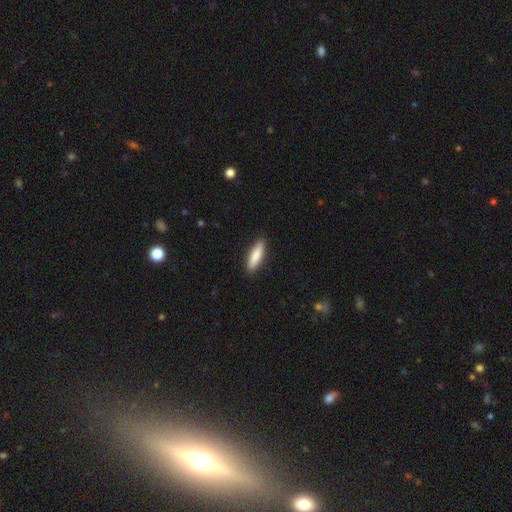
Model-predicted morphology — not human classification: Smooth or featured: smooth — 81% (featured or disk — 13%)
How rounded: cigar-shaped — 64% (in between — 34%)
Merging: none — 90% (minor disturbance — 7%)